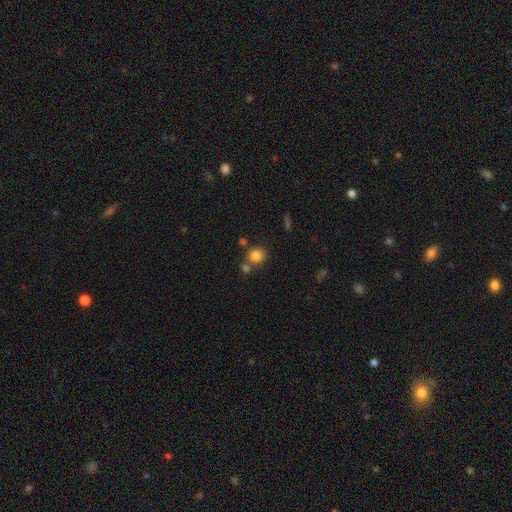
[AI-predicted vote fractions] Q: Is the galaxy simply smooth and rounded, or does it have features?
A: smooth — 83%.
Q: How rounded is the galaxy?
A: round — 82%.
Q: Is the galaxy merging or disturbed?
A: none — 66%.